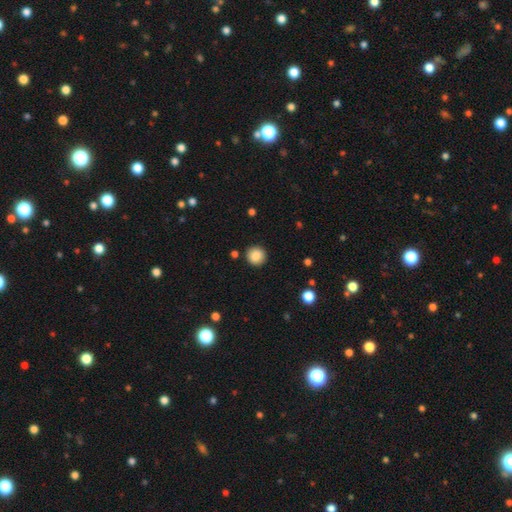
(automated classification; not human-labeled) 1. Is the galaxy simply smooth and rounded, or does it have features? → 87% smooth, 9% star or artifact, 4% featured or disk.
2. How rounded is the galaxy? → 94% round, 5% in between, 1% cigar-shaped.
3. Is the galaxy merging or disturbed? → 91% none, 6% minor disturbance, 2% major disturbance, 2% merger.